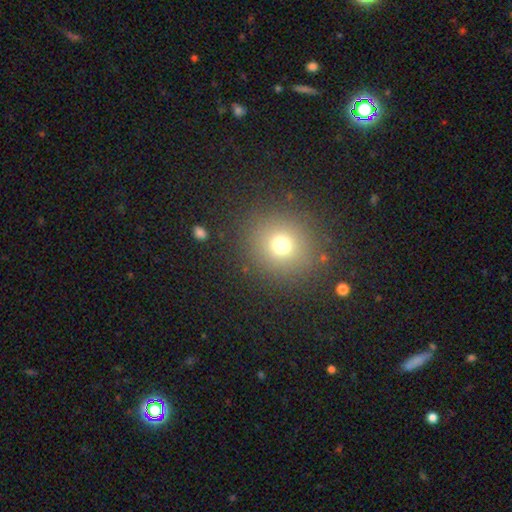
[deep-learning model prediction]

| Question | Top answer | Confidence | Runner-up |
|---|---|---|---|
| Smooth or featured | smooth | 65% | star or artifact (27%) |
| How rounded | round | 91% | in between (8%) |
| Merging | none | 90% | minor disturbance (6%) |